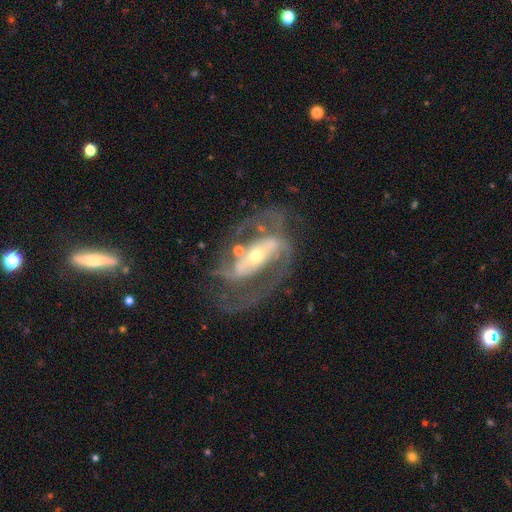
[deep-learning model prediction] Q: Smooth or featured?
A: featured or disk (88%); runner-up: star or artifact (6%)
Q: Edge-on disk?
A: no (95%); runner-up: yes (5%)
Q: Bar?
A: strong (59%); runner-up: weak (23%)
Q: Spiral arms?
A: yes (93%); runner-up: no (7%)
Q: Spiral winding?
A: medium (52%); runner-up: tight (29%)
Q: Spiral arm count?
A: 2 (81%); runner-up: can't tell (7%)
Q: Bulge size?
A: small (51%); runner-up: moderate (42%)
Q: Merging?
A: none (62%); runner-up: major disturbance (17%)